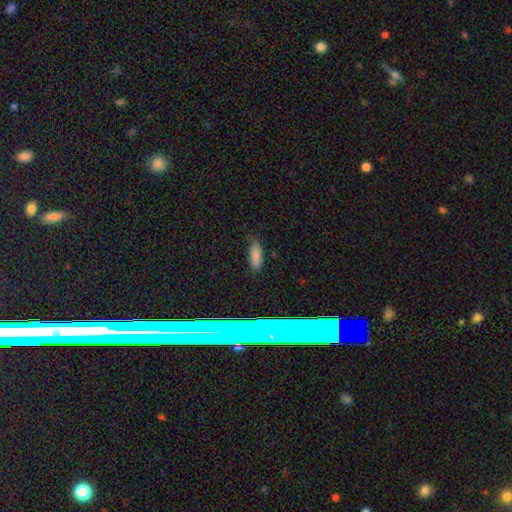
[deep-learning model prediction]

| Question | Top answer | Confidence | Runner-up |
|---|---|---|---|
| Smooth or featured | smooth | 80% | star or artifact (10%) |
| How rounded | in between | 57% | cigar-shaped (41%) |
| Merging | none | 80% | minor disturbance (15%) |